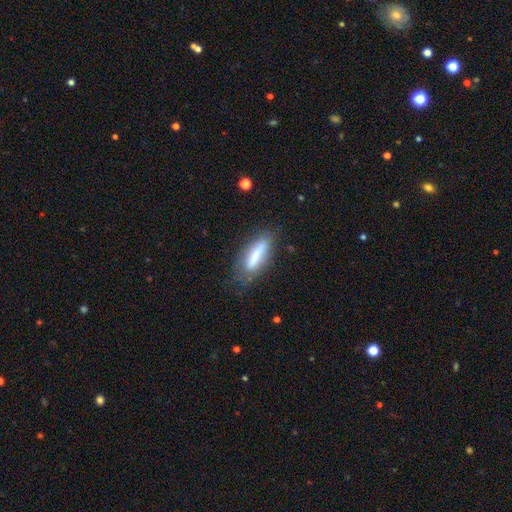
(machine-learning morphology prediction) Q: Smooth or featured?
A: smooth (69%); runner-up: featured or disk (23%)
Q: How rounded?
A: cigar-shaped (63%); runner-up: in between (35%)
Q: Merging?
A: none (69%); runner-up: minor disturbance (21%)